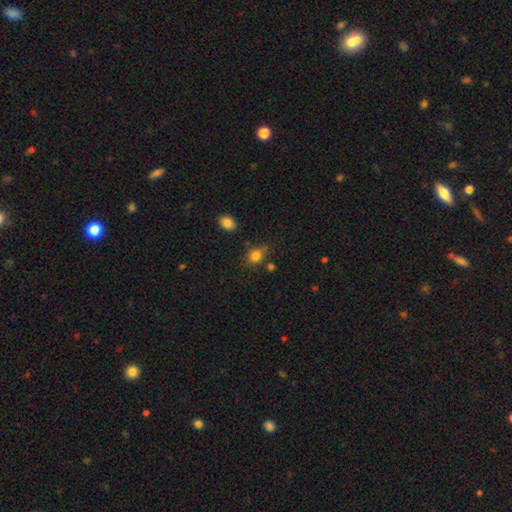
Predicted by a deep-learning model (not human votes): This is clearly a smooth galaxy (81%). How rounded: possibly round (57%). Merging: likely none (66%).